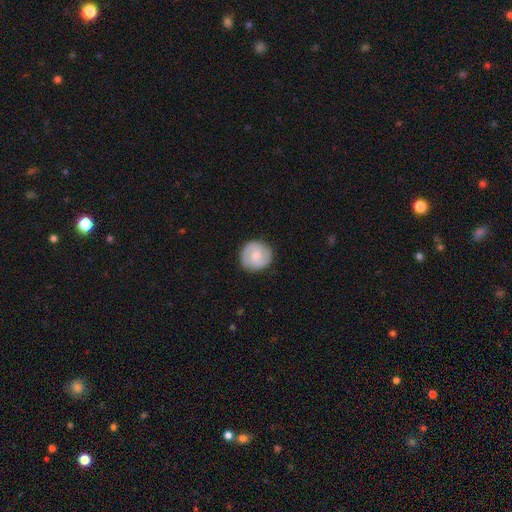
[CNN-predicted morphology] Q: Smooth or featured?
A: featured or disk (52%); runner-up: smooth (42%)
Q: Edge-on disk?
A: no (98%); runner-up: yes (2%)
Q: Bar?
A: no (54%); runner-up: weak (39%)
Q: Spiral arms?
A: yes (89%); runner-up: no (11%)
Q: Bulge size?
A: small (48%); runner-up: moderate (42%)
Q: Merging?
A: none (88%); runner-up: minor disturbance (9%)